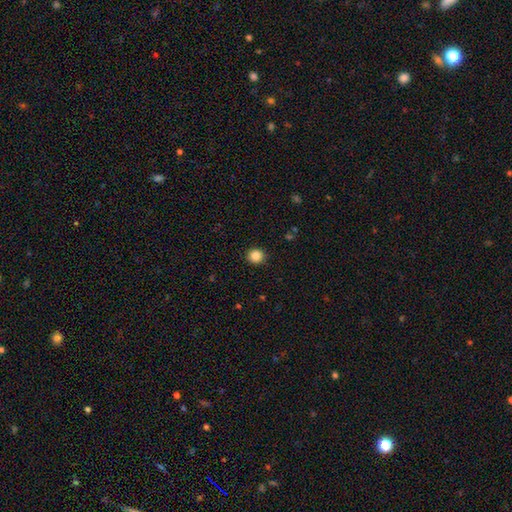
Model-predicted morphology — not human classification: Smooth or featured?
  - smooth: 85% *
  - star or artifact: 11%
  - featured or disk: 4%
How rounded?
  - round: 88% *
  - in between: 12%
  - cigar-shaped: 1%
Merging?
  - none: 91% *
  - minor disturbance: 6%
  - major disturbance: 2%
  - merger: 1%